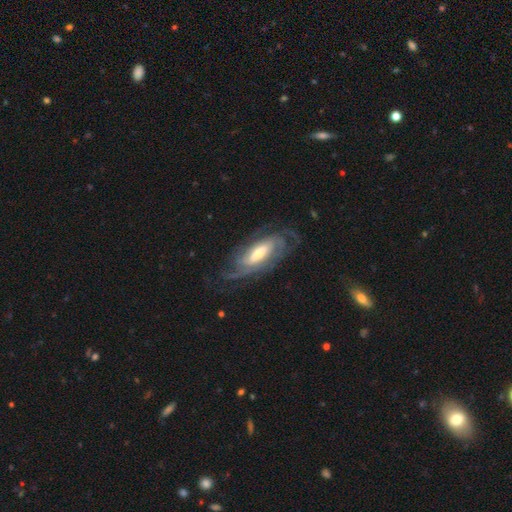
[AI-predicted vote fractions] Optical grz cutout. It shows a featured or disk galaxy (87%) with a weak bar (39%), 2 (32%) tight (54%) spiral arms (96%) and a moderate central bulge (58%). Merging: none (73%).